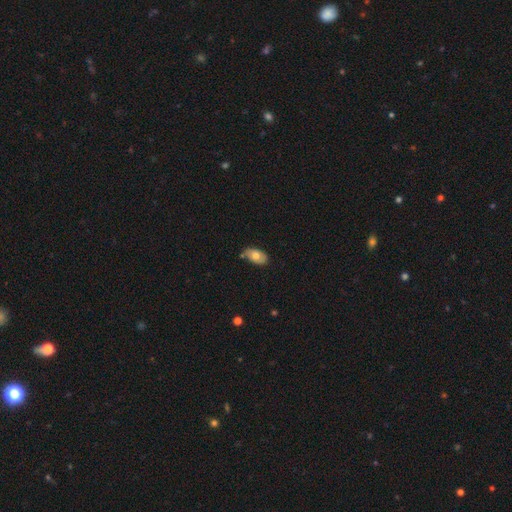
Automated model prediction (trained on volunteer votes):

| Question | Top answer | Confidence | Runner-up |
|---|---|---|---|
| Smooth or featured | smooth | 66% | featured or disk (27%) |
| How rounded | in between | 92% | round (6%) |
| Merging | none | 74% | minor disturbance (20%) |